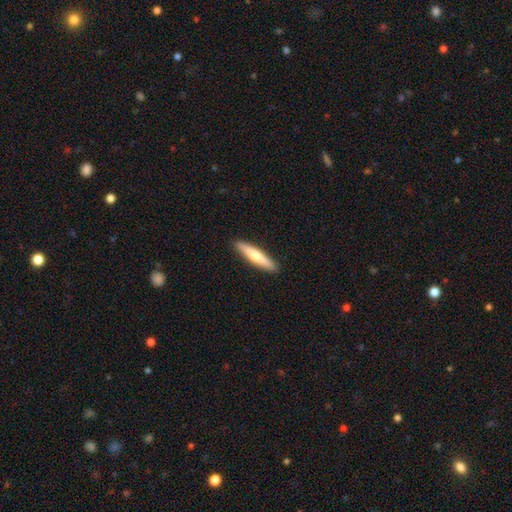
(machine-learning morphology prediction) Smooth or featured?
  - smooth: 60% *
  - featured or disk: 35%
  - star or artifact: 5%
How rounded?
  - cigar-shaped: 88% *
  - in between: 11%
  - round: 1%
Merging?
  - none: 91% *
  - minor disturbance: 7%
  - major disturbance: 1%
  - merger: 1%